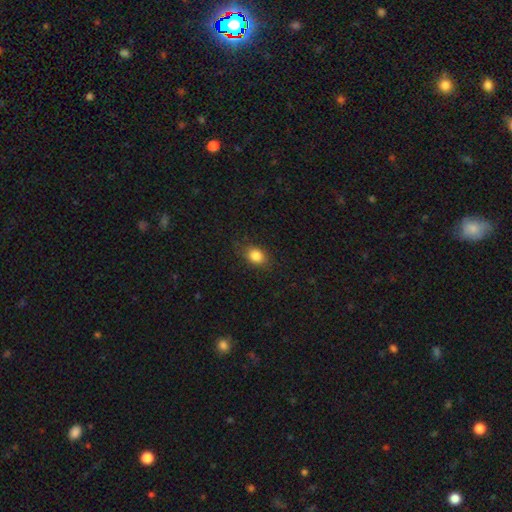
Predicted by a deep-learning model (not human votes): Smooth or featured?
  - smooth: 84% *
  - star or artifact: 10%
  - featured or disk: 6%
How rounded?
  - in between: 65% *
  - round: 33%
  - cigar-shaped: 1%
Merging?
  - none: 82% *
  - minor disturbance: 14%
  - major disturbance: 3%
  - merger: 1%